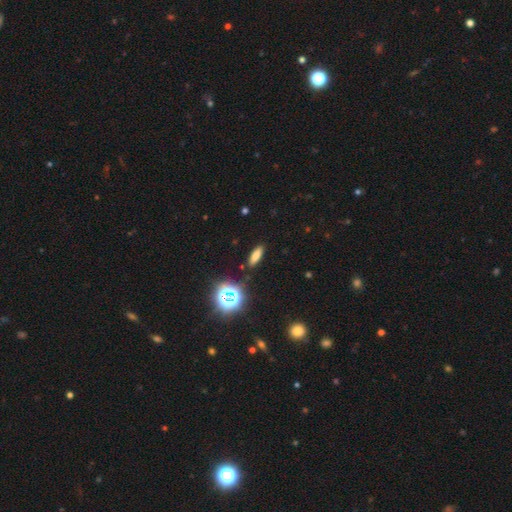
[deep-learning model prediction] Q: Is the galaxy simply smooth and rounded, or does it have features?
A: smooth — 70%.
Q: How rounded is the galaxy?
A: in between — 51%.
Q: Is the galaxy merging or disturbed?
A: none — 88%.